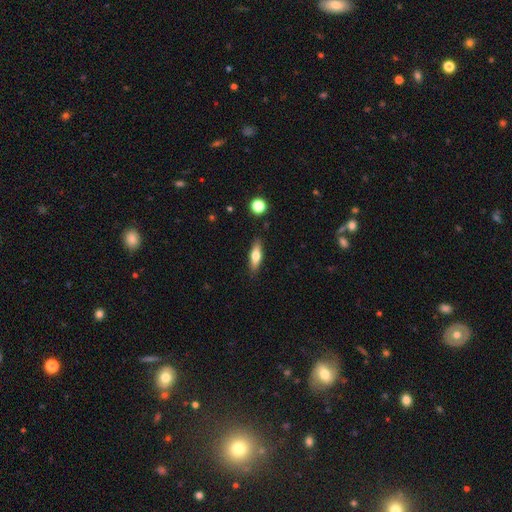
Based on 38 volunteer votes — smooth_or_featured: smooth (p=0.50) [alt: featured or disk p=0.45]
how_rounded: in between (p=0.63) [alt: cigar-shaped p=0.26]
merging: none (p=0.83) [alt: minor disturbance p=0.08]